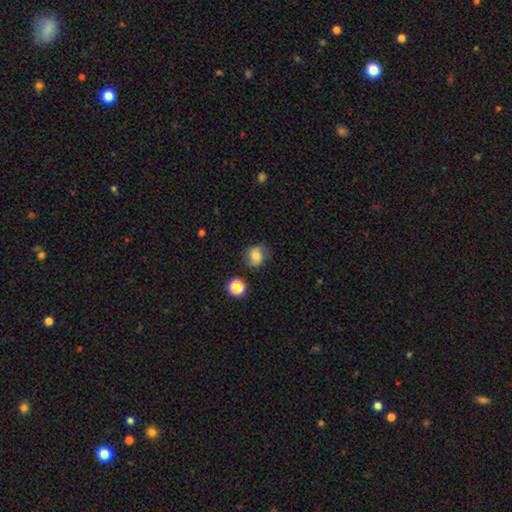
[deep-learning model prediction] This appears to be a smooth galaxy with no disk features (67%) that is round (77%). Merging: none (73%).